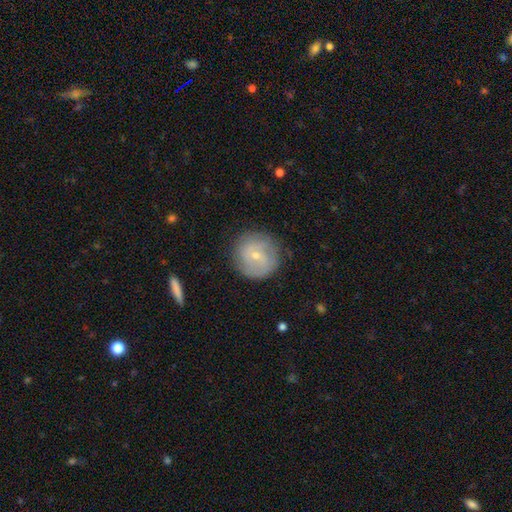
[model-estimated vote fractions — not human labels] This appears to be a featured or disk galaxy (53%) with no bar (53%), spiral arms (70%) and a small central bulge (72%). Merging: none (82%).